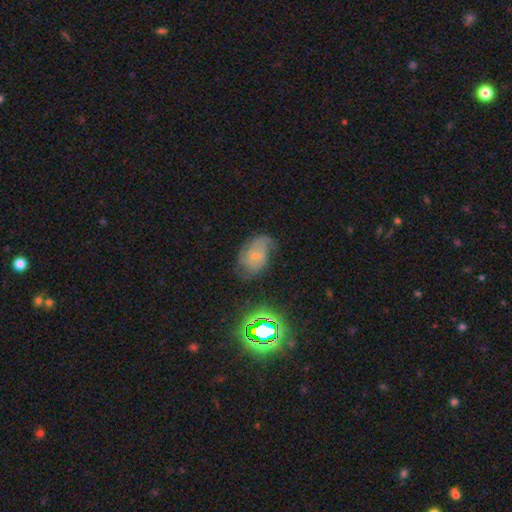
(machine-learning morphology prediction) A featured or disk galaxy (62%) with no bar (62%), 2 (41%) medium (41%) spiral arms (89%) and a small central bulge (70%).

Vote fractions:
- Smooth or featured? featured or disk: 62% / smooth: 24% / star or artifact: 14%
- Edge-on disk? no: 97% / yes: 3%
- Bar? no: 62% / weak: 32% / strong: 6%
- Spiral arms? yes: 89% / no: 11%
- Spiral winding? medium: 41% / tight: 40% / loose: 19%
- Spiral arm count? 2: 41% / can't tell: 33% / 3: 12% / 1: 7% / 4: 4% / more than 4: 3%
- Bulge size? small: 70% / moderate: 22% / none: 5% / large: 1% / dominant: 1%
- Merging? none: 52% / minor disturbance: 29% / major disturbance: 16% / merger: 2%